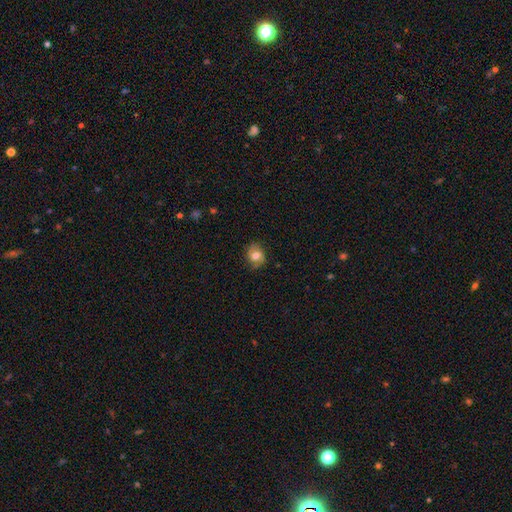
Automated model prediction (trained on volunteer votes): smooth-or-featured: smooth: 66% | featured or disk: 24% | star or artifact: 10%
  how-rounded: round: 64% | in between: 35% | cigar-shaped: 1%
  merging: none: 78% | minor disturbance: 17% | major disturbance: 4% | merger: 1%